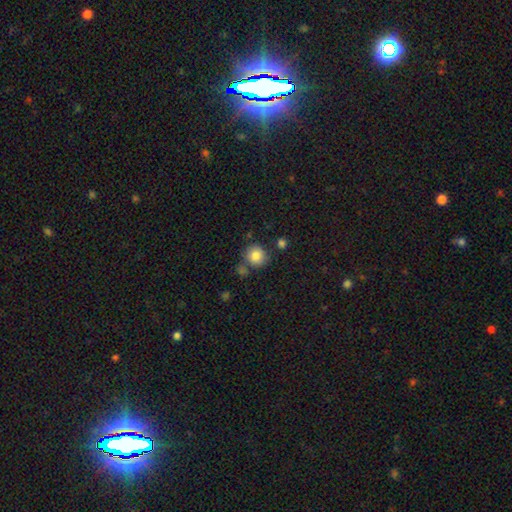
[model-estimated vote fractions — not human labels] A smooth galaxy with no disk features (83%) that is round (89%). Merging: none (73%).